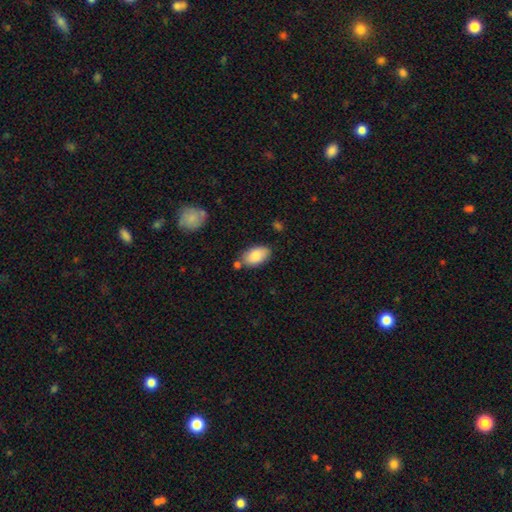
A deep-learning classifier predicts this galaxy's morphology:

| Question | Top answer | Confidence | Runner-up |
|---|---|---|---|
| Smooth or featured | smooth | 84% | featured or disk (9%) |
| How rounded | in between | 94% | round (4%) |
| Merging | none | 72% | minor disturbance (17%) |